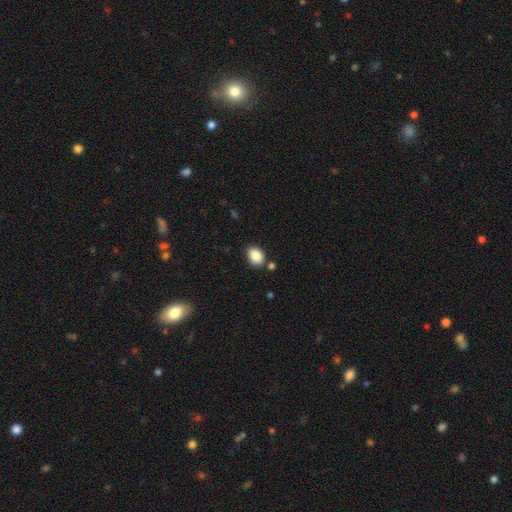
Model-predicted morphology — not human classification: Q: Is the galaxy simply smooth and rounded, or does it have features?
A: smooth — 87%.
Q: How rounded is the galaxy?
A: in between — 76%.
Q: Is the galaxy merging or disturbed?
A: none — 78%.